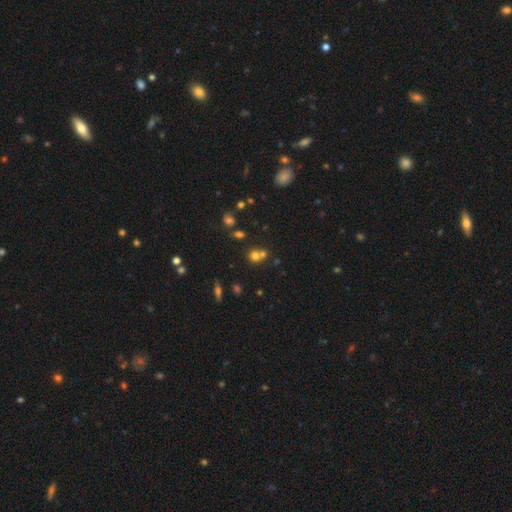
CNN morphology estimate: Overall: smooth (66%). How rounded: round (83%). Merging: none (46%; merger 44%).